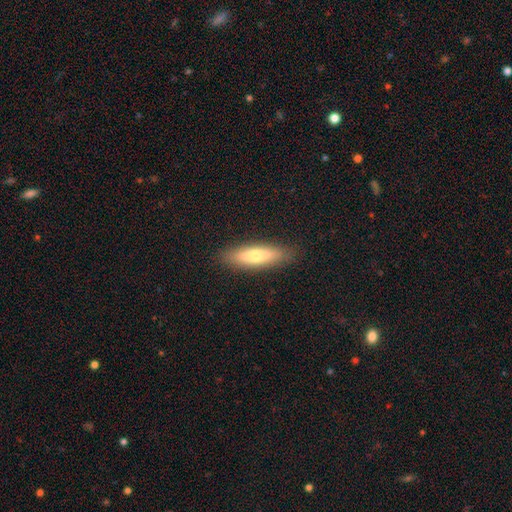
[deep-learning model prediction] This appears to be a smooth galaxy with no disk features (66%) that is cigar-shaped (64%). Merging: none (89%).